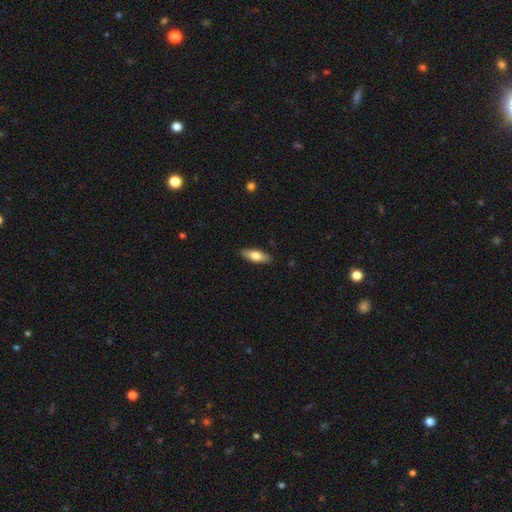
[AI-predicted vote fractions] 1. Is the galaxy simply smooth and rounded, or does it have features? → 72% smooth, 23% featured or disk, 6% star or artifact.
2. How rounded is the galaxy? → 67% in between, 31% cigar-shaped, 2% round.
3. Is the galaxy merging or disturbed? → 89% none, 9% minor disturbance, 2% major disturbance, 1% merger.